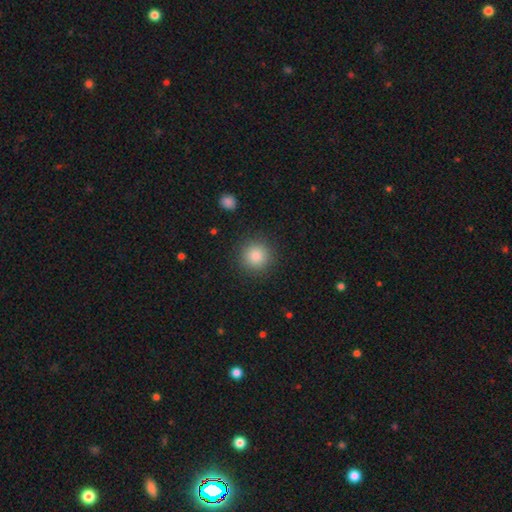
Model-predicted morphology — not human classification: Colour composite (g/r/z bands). It shows a smooth galaxy with no disk features (85%) that is round (94%). Merging: none (91%).